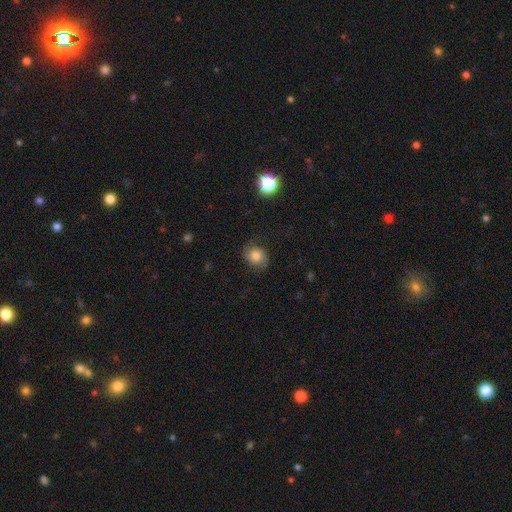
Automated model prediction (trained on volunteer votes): smooth 61%, featured or disk 27%, star or artifact 11%. Down the decision tree: how rounded — round (61%); merging — none (71%).